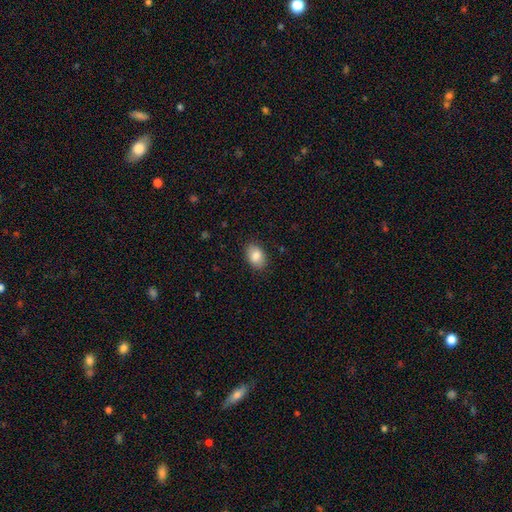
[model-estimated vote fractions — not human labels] This is clearly a smooth galaxy (86%). How rounded: clearly in between (84%). Merging: clearly none (87%).